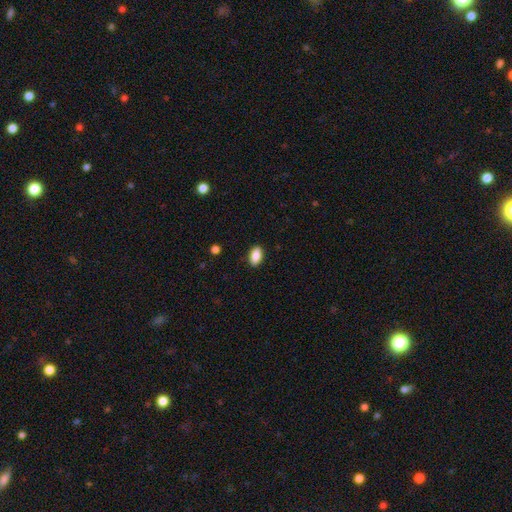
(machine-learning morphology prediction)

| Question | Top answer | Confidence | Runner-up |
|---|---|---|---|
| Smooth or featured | smooth | 89% | star or artifact (7%) |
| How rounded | in between | 92% | round (5%) |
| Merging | none | 89% | minor disturbance (8%) |